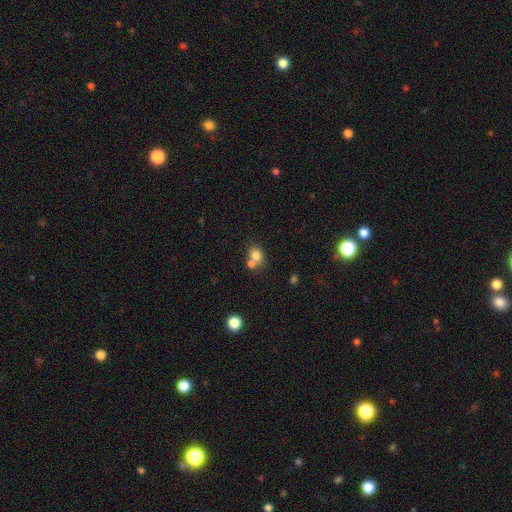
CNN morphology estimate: Smooth or featured?
  - smooth: 77% *
  - star or artifact: 12%
  - featured or disk: 11%
How rounded?
  - round: 60% *
  - in between: 39%
  - cigar-shaped: 1%
Merging?
  - merger: 45% *
  - none: 42%
  - minor disturbance: 9%
  - major disturbance: 4%